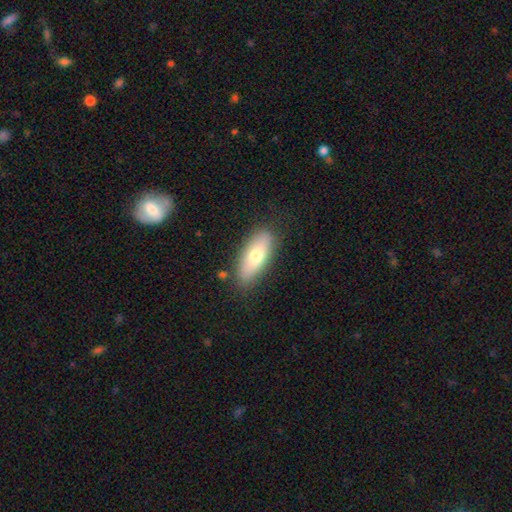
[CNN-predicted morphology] This is likely a smooth galaxy (69%). How rounded: likely in between (77%). Merging: clearly none (83%).